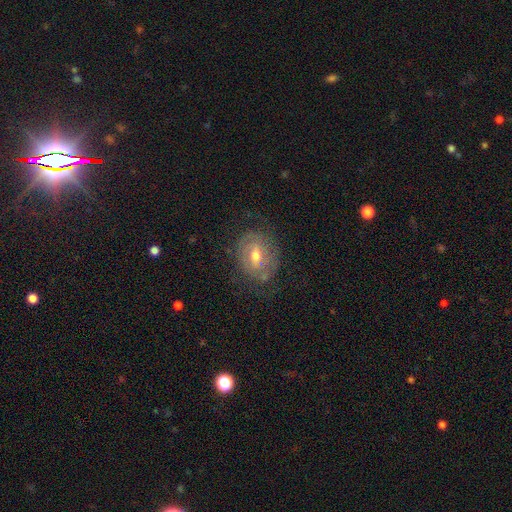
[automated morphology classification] This is likely a featured or disk galaxy (67%). It is clearly not viewed edge-on (95%). Bar: possibly weak (51%). Spiral arm pattern: likely yes (70%). Central bulge: likely moderate (69%). Merging: likely none (68%).